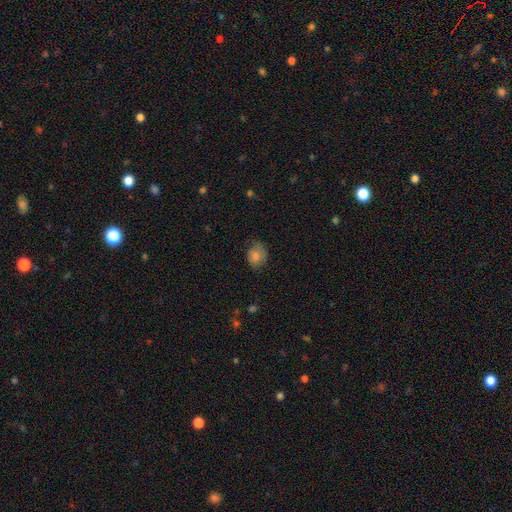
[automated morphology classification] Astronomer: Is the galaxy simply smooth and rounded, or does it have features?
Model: smooth — 77%.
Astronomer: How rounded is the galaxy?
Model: round — 57% (runner-up: in between, 42%).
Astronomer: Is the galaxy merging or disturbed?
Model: none — 75%.